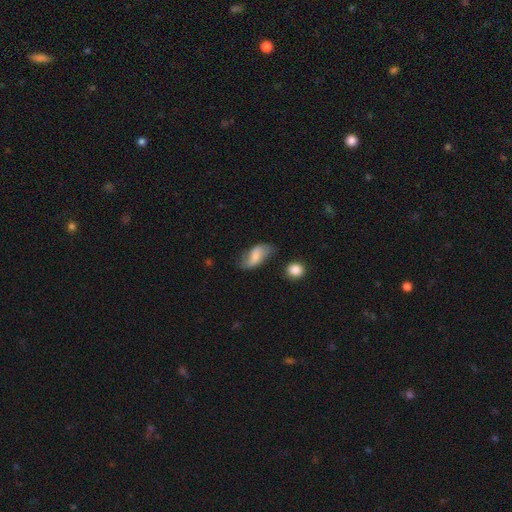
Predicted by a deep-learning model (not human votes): Smooth or featured? Predicted: smooth (p=0.55). How rounded? Predicted: in between (p=0.90). Merging? Predicted: none (p=0.59).